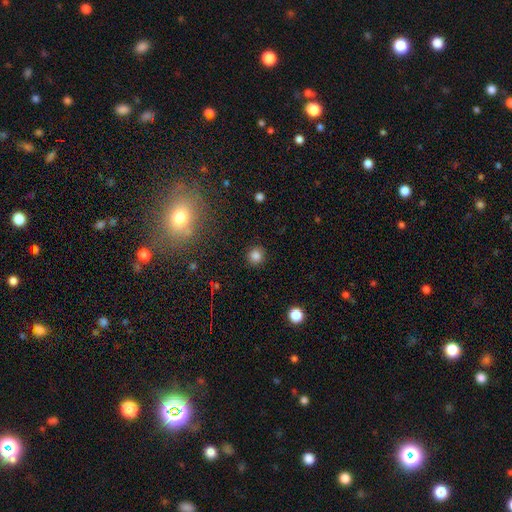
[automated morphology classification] Smooth or featured: smooth — 83% (star or artifact — 12%)
How rounded: round — 89% (in between — 10%)
Merging: none — 91% (minor disturbance — 6%)